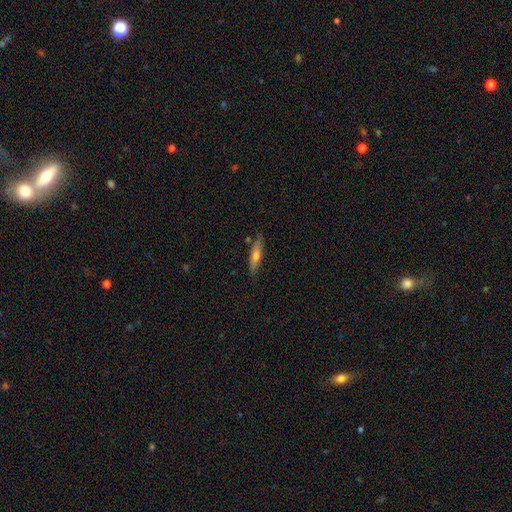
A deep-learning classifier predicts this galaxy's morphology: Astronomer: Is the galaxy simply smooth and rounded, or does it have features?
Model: smooth — 56% (runner-up: featured or disk, 37%).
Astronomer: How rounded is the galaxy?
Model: cigar-shaped — 81%.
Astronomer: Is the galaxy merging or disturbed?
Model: none — 82%.